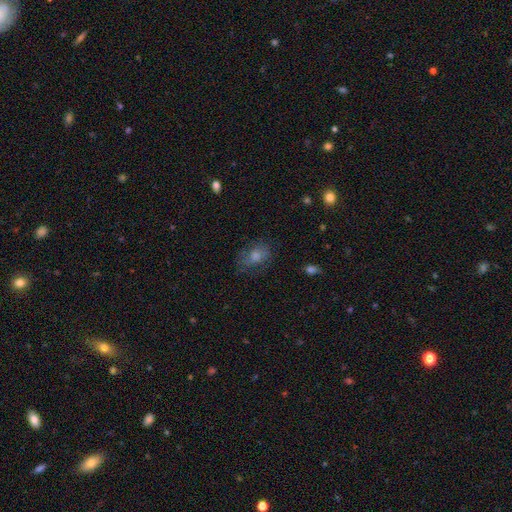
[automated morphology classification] Smooth or featured: smooth — 52% (featured or disk — 27%)
How rounded: in between — 67% (round — 31%)
Merging: none — 71% (minor disturbance — 19%)